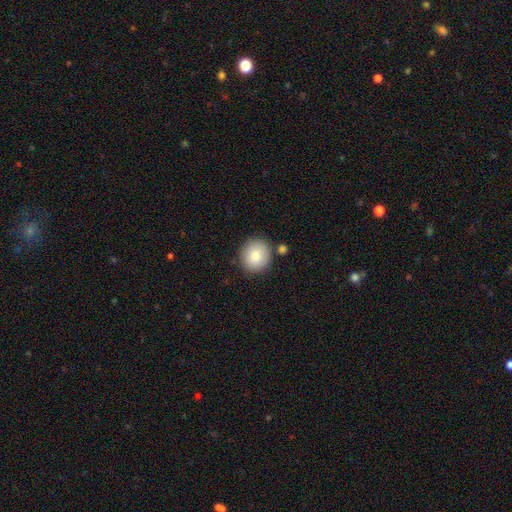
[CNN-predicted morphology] This is clearly a smooth galaxy (85%). How rounded: clearly round (85%). Merging: clearly none (82%).